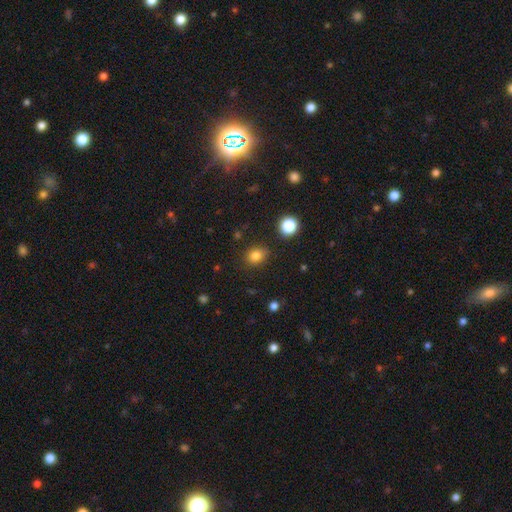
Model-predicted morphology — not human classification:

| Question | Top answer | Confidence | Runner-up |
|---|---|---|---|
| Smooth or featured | smooth | 82% | star or artifact (13%) |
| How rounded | round | 53% | in between (46%) |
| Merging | none | 80% | minor disturbance (14%) |